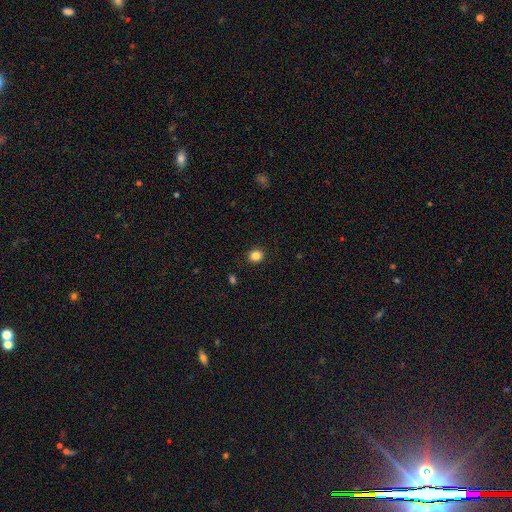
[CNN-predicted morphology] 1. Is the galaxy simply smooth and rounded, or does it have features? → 84% smooth, 11% star or artifact, 4% featured or disk.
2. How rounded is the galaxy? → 75% round, 24% in between, 1% cigar-shaped.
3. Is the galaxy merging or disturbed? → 90% none, 7% minor disturbance, 2% major disturbance, 1% merger.